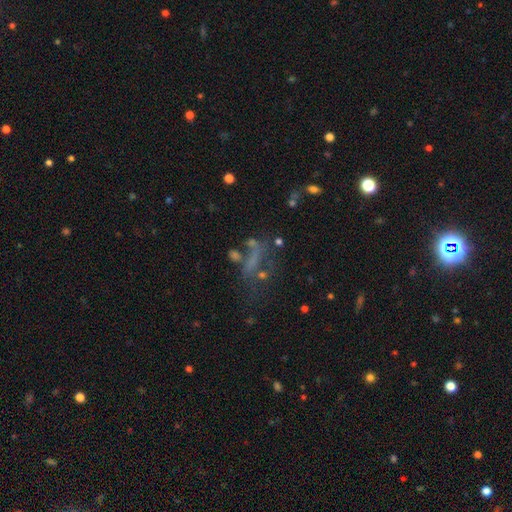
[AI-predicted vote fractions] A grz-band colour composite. It shows a star or artifact, not a galaxy (46%).